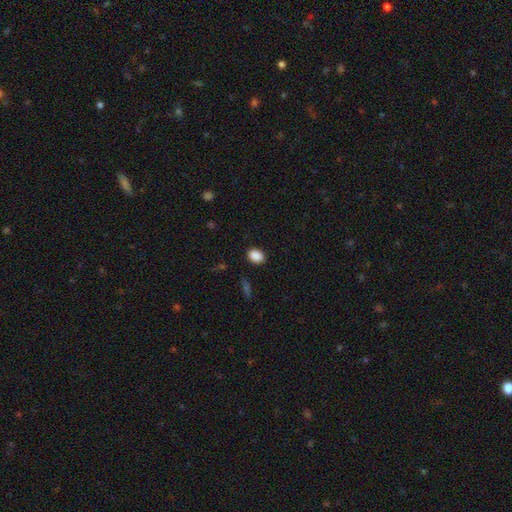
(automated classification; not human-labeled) smooth-or-featured: smooth: 88% | star or artifact: 9% | featured or disk: 3%
  how-rounded: in between: 69% | round: 29% | cigar-shaped: 1%
  merging: none: 88% | minor disturbance: 8% | major disturbance: 2% | merger: 1%